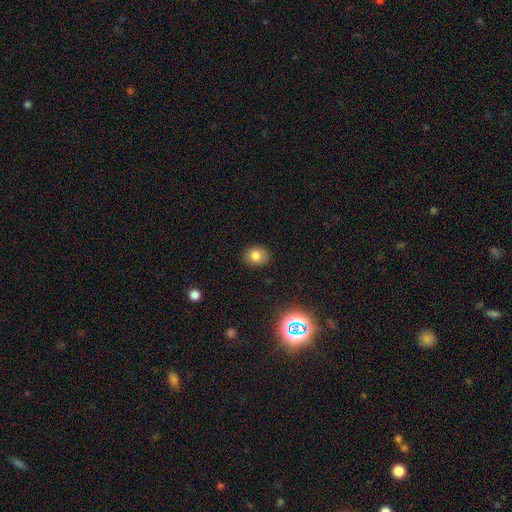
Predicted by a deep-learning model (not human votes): Smooth or featured? smooth (80%)
How rounded? round (64%)
Merging? none (89%)